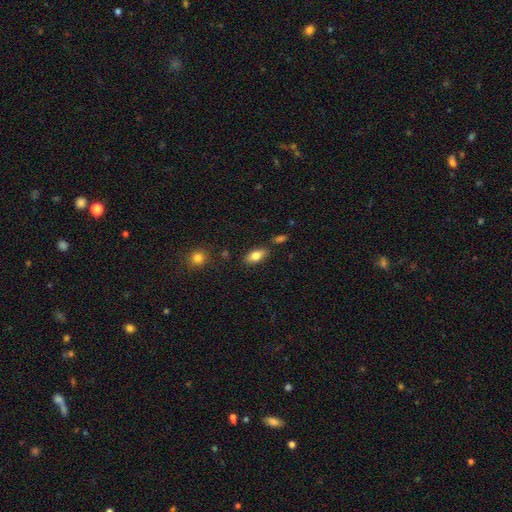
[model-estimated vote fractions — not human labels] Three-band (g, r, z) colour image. It shows a smooth galaxy with no disk features (81%) that is in between round and cigar-shaped (90%). Merging: none (80%).